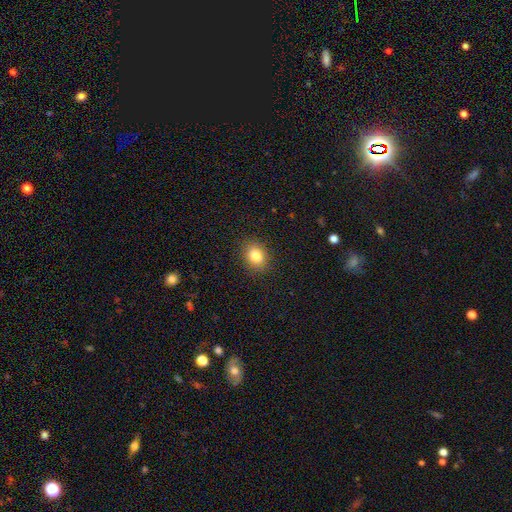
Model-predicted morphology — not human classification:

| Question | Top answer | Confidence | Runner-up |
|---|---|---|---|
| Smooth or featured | smooth | 82% | star or artifact (11%) |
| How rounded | round | 55% | in between (44%) |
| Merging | none | 89% | minor disturbance (8%) |